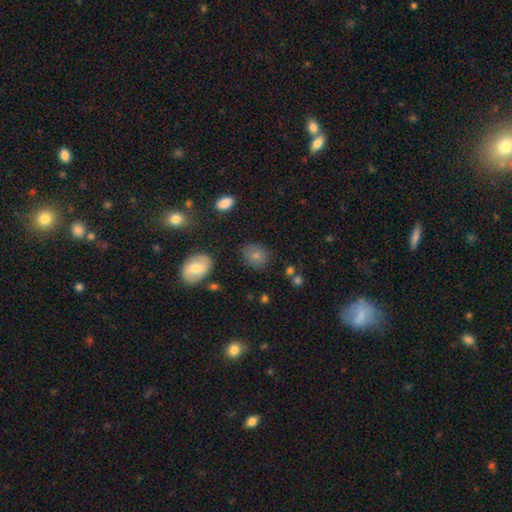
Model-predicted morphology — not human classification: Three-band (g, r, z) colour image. It shows a smooth galaxy with no disk features (79%) that is round (58%). Merging: none (79%).